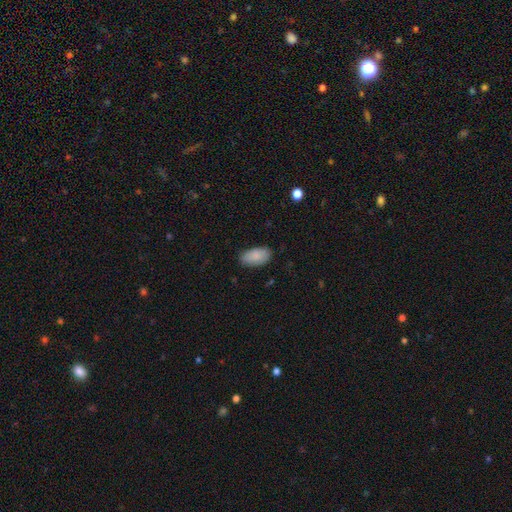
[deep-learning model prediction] smooth 88%, star or artifact 6%, featured or disk 6%. Down the decision tree: how rounded — in between (94%); merging — none (81%).